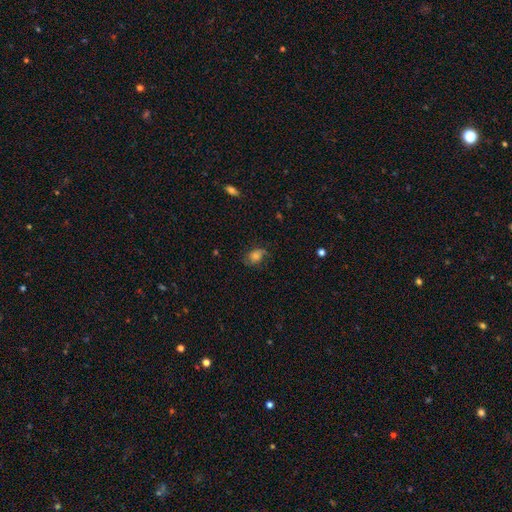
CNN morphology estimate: Overall: smooth (56%; featured or disk 30%). How rounded: in between (75%). Merging: none (65%).